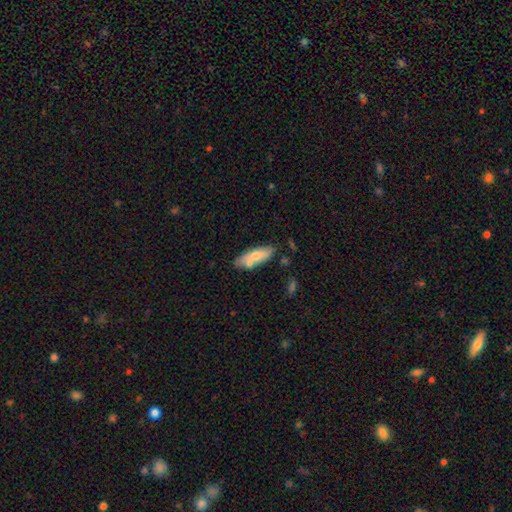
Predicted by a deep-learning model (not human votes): This appears to be a smooth galaxy with no disk features (63%) that is in between round and cigar-shaped (55%). Merging: none (68%).